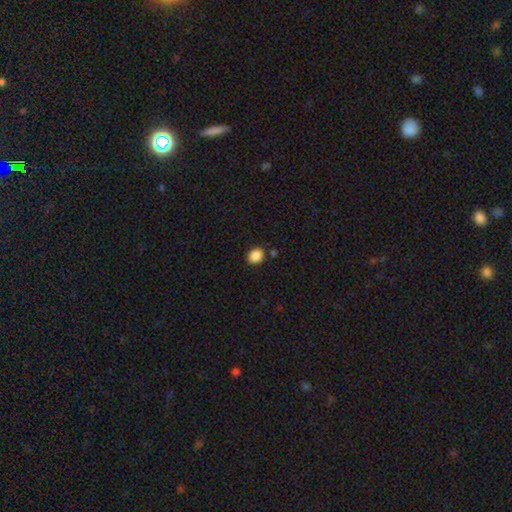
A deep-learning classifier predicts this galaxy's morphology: type=smooth (88%); roundness=round (54%); merging=none (85%).